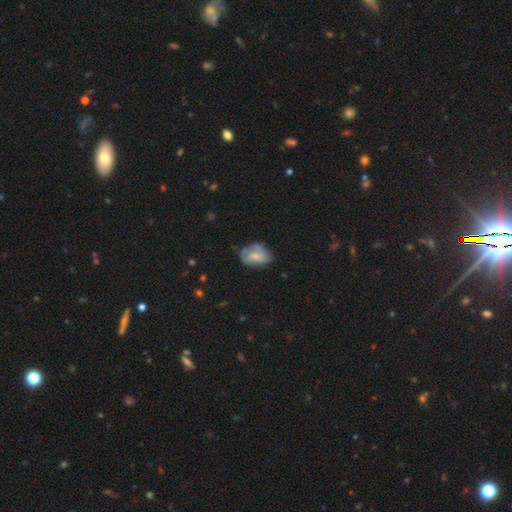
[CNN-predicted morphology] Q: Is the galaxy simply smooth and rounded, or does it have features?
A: smooth — 58%.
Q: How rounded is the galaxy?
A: in between — 75%.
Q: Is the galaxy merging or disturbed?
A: none — 53%.